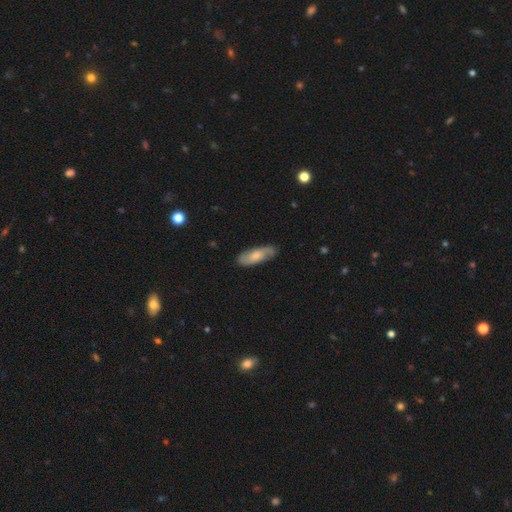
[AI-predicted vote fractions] smooth 56%, featured or disk 38%, star or artifact 6%. Down the decision tree: how rounded — in between (63%); merging — none (82%).